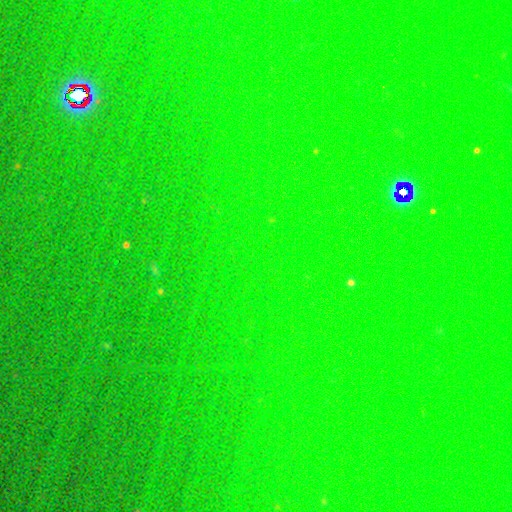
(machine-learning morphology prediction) smooth_or_featured: star or artifact (p=0.80) [alt: smooth p=0.12]